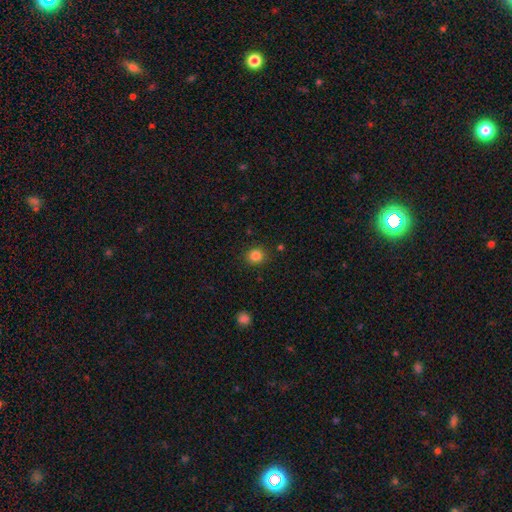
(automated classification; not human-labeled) This is clearly a smooth galaxy (84%). How rounded: clearly round (85%). Merging: clearly none (89%).